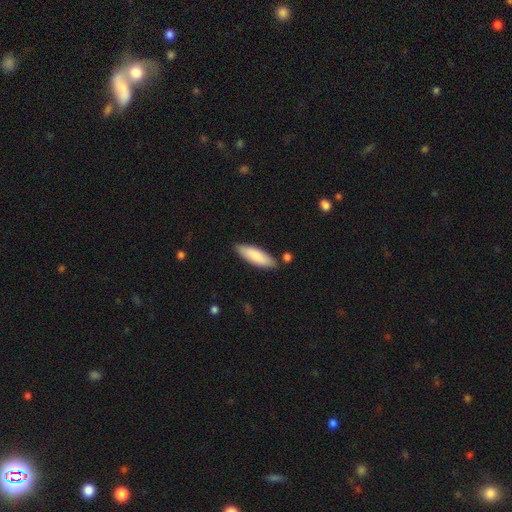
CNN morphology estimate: Smooth or featured: smooth — 84% (featured or disk — 11%)
How rounded: in between — 50% (cigar-shaped — 48%)
Merging: none — 83% (minor disturbance — 12%)